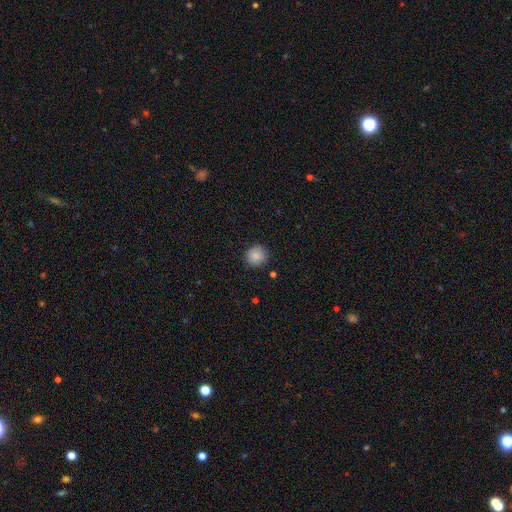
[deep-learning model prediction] Q: Smooth or featured?
A: smooth (86%); runner-up: star or artifact (9%)
Q: How rounded?
A: round (92%); runner-up: in between (7%)
Q: Merging?
A: none (88%); runner-up: minor disturbance (8%)